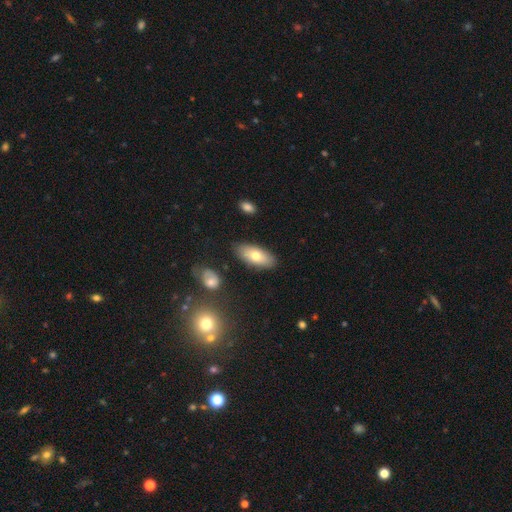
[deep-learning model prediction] Overall: smooth (71%). How rounded: in between (84%). Merging: none (85%).